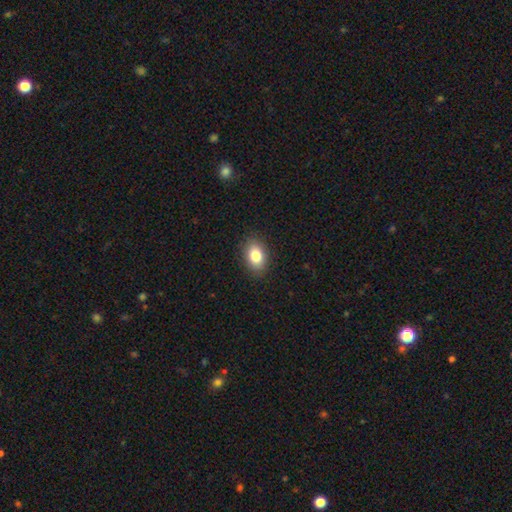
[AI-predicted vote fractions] smooth 82%, star or artifact 9%, featured or disk 9%. Down the decision tree: how rounded — in between (80%); merging — none (88%).